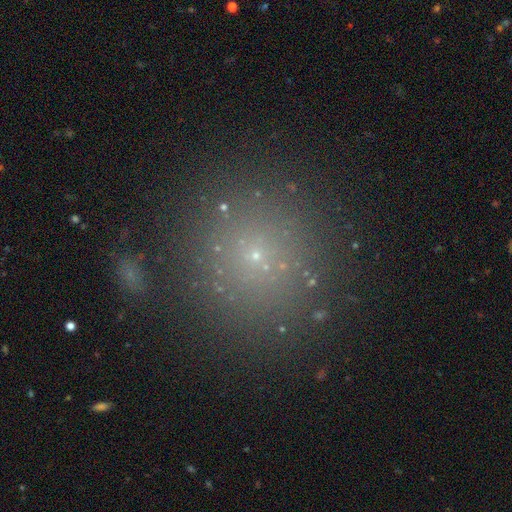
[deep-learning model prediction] smooth_or_featured: smooth (p=0.59) [alt: star or artifact p=0.30]
how_rounded: round (p=0.93) [alt: in between p=0.06]
merging: none (p=0.88) [alt: minor disturbance p=0.07]